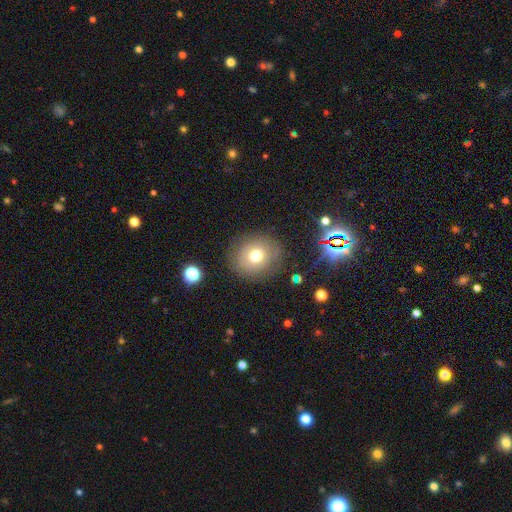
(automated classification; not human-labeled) Q: Smooth or featured?
A: smooth (70%); runner-up: featured or disk (17%)
Q: How rounded?
A: round (81%); runner-up: in between (18%)
Q: Merging?
A: none (82%); runner-up: minor disturbance (11%)